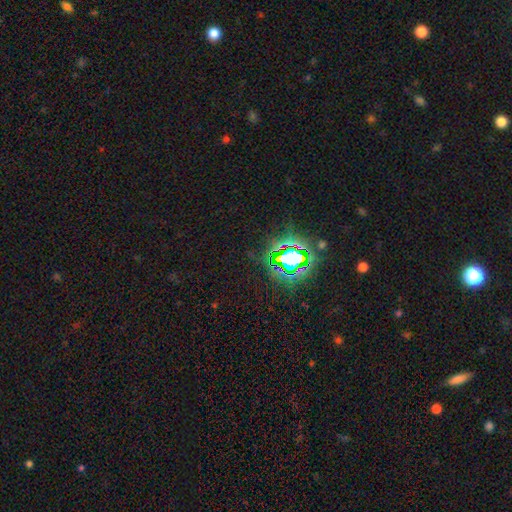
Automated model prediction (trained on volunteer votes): Morphology: type=star or artifact (80%).